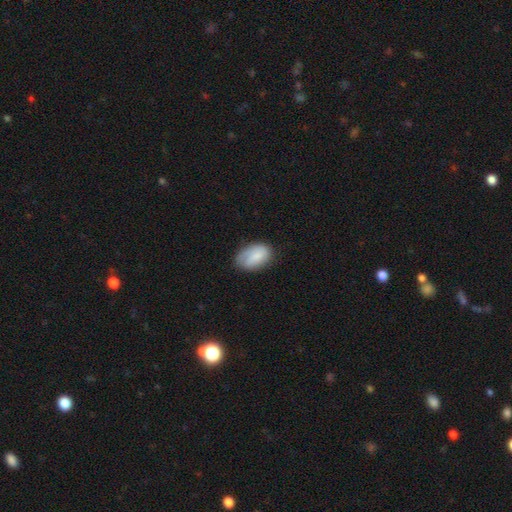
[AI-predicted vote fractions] Smooth or featured? Predicted: smooth (p=0.79). How rounded? Predicted: in between (p=0.88). Merging? Predicted: none (p=0.63).